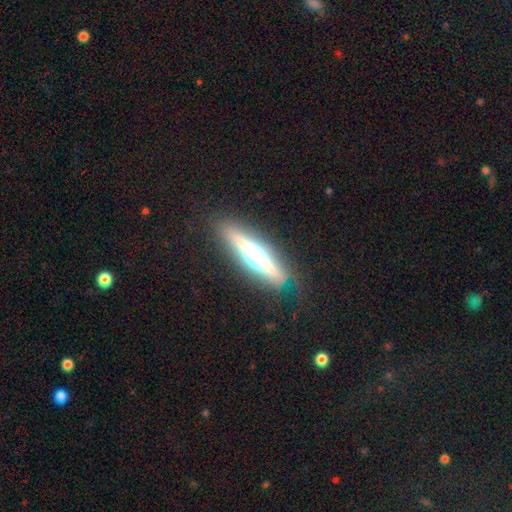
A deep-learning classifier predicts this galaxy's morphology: This is likely a featured or disk galaxy (72%). It is clearly viewed edge-on (94%). Edge-on bulge: clearly rounded (84%). Merging: clearly none (86%).